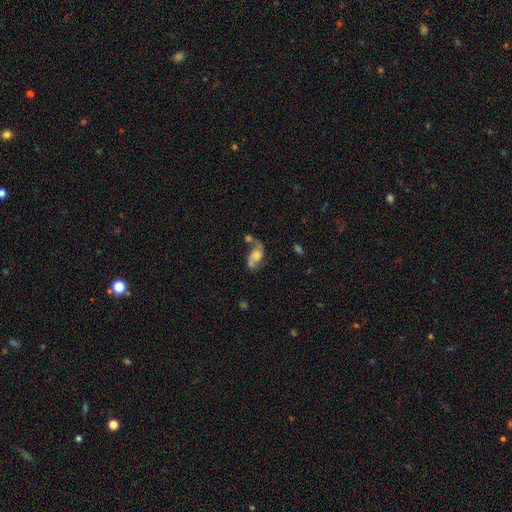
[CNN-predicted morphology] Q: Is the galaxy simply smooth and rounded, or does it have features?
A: featured or disk — 66%.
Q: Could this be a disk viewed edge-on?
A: no — 96%.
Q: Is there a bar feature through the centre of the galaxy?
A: no — 70%.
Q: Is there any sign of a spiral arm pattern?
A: yes — 86%.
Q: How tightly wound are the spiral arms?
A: loose — 60%.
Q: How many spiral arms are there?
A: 2 — 80%.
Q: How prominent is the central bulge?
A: moderate — 49%.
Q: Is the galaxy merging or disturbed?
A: none — 35%.